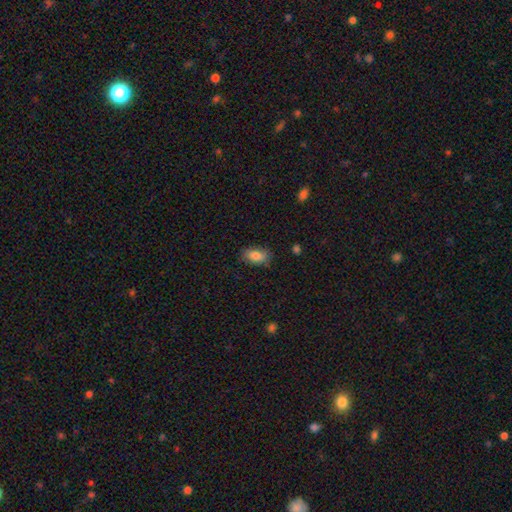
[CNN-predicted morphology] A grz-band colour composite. It shows a smooth galaxy with no disk features (83%) that is in between round and cigar-shaped (90%). Merging: none (80%).